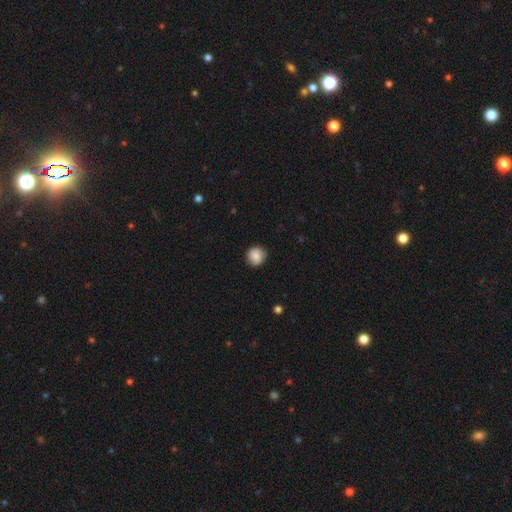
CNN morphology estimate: A smooth galaxy with no disk features (83%) that is round (89%). Merging: none (82%).